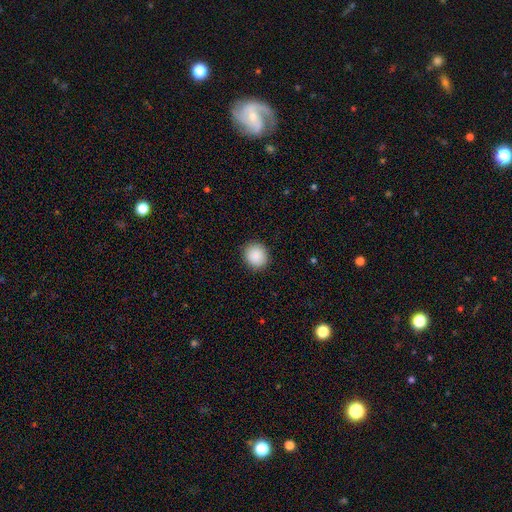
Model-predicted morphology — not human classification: smooth_or_featured: smooth (p=0.90) [alt: star or artifact p=0.08]
how_rounded: round (p=0.88) [alt: in between p=0.11]
merging: none (p=0.90) [alt: minor disturbance p=0.07]